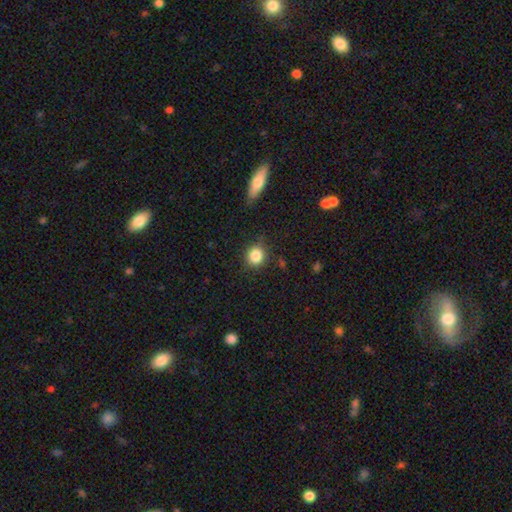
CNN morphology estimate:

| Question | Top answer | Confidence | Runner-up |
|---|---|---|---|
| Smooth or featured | smooth | 85% | star or artifact (10%) |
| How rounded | round | 83% | in between (16%) |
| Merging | none | 85% | minor disturbance (10%) |